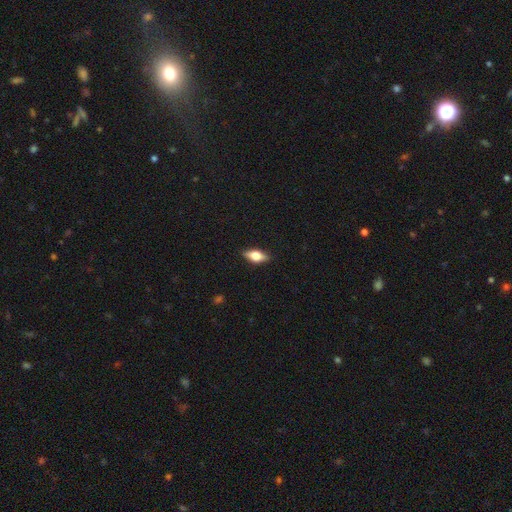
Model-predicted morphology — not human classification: This is possibly a smooth galaxy (56%). How rounded: likely in between (77%). Merging: clearly none (87%).